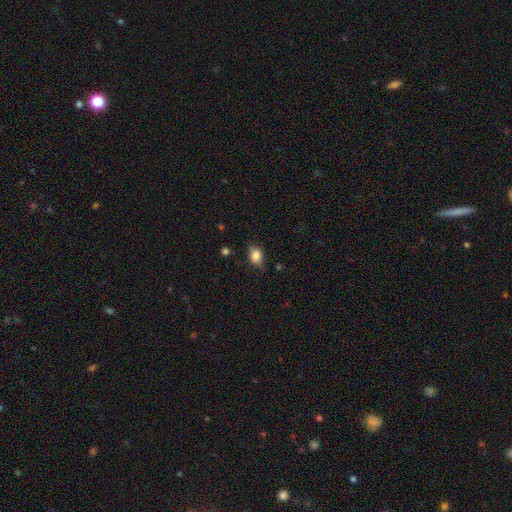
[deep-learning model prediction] Q: Smooth or featured?
A: smooth (79%); runner-up: featured or disk (12%)
Q: How rounded?
A: in between (66%); runner-up: round (31%)
Q: Merging?
A: none (73%); runner-up: minor disturbance (21%)